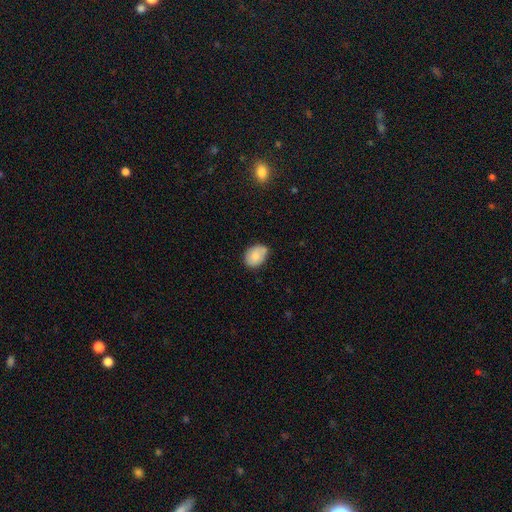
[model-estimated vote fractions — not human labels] The model was most divided on "how rounded": in between: 70%, round: 29%, cigar-shaped: 1%. More confident: smooth or featured — smooth (76%); merging — none (68%).